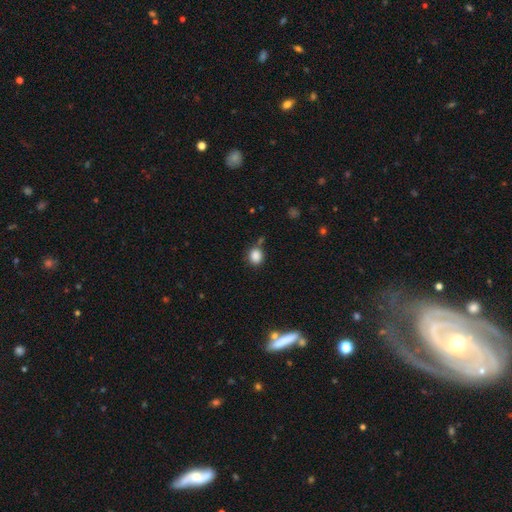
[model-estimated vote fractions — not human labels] Morphology: type=smooth (86%); roundness=round (82%); merging=none (73%).